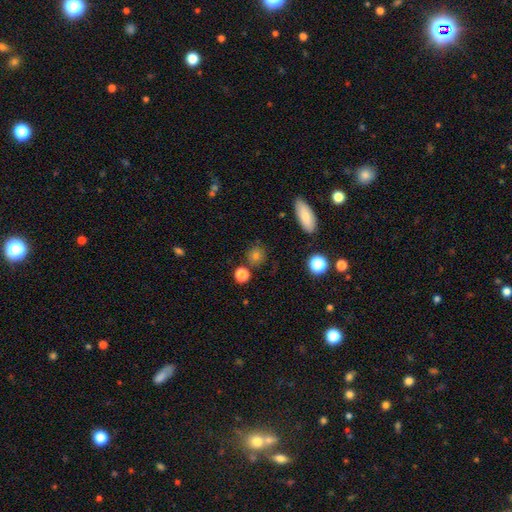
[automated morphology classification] Smooth or featured? smooth (77%)
How rounded? round (87%)
Merging? none (80%)